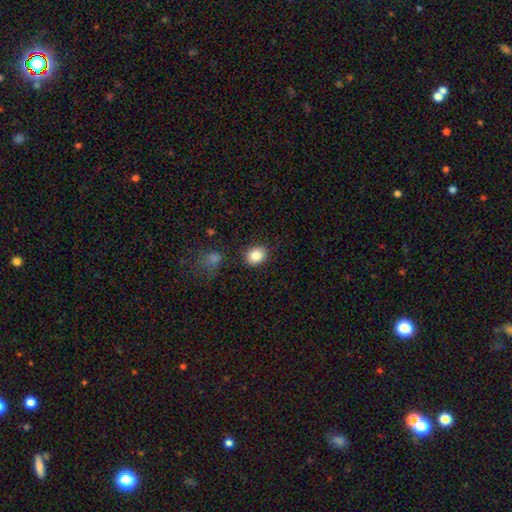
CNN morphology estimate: Smooth or featured?
  - smooth: 85% *
  - star or artifact: 9%
  - featured or disk: 6%
How rounded?
  - round: 57% *
  - in between: 42%
  - cigar-shaped: 1%
Merging?
  - none: 86% *
  - minor disturbance: 9%
  - major disturbance: 3%
  - merger: 2%